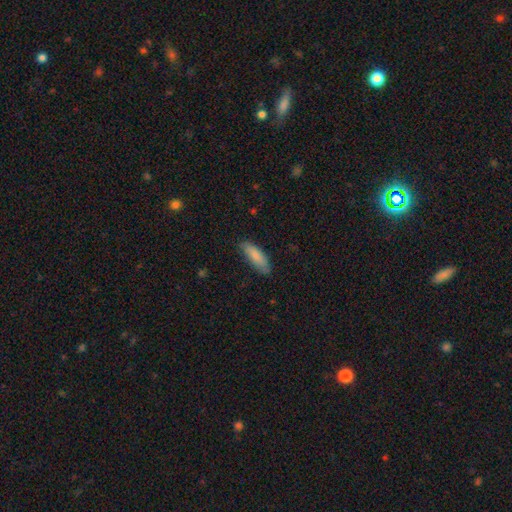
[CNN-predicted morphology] Q: Smooth or featured?
A: smooth (85%); runner-up: featured or disk (9%)
Q: How rounded?
A: in between (57%); runner-up: cigar-shaped (42%)
Q: Merging?
A: none (78%); runner-up: minor disturbance (18%)